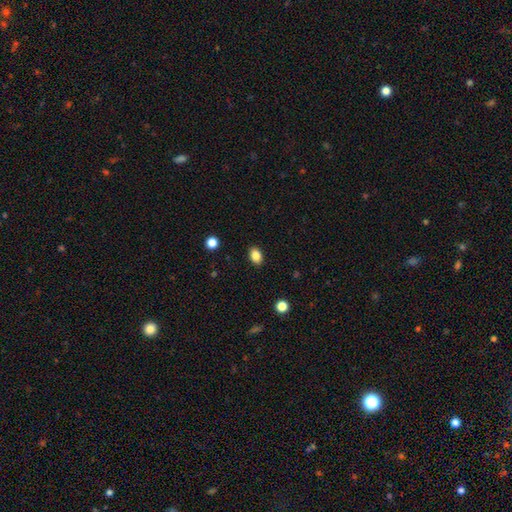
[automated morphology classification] Overall: smooth (86%). How rounded: in between (78%). Merging: none (89%).